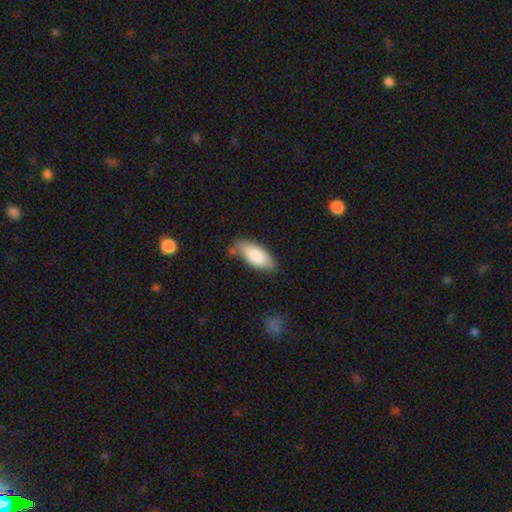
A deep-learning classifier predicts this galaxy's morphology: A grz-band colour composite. It shows a smooth galaxy with no disk features (84%) that is in between round and cigar-shaped (86%). Merging: none (57%).